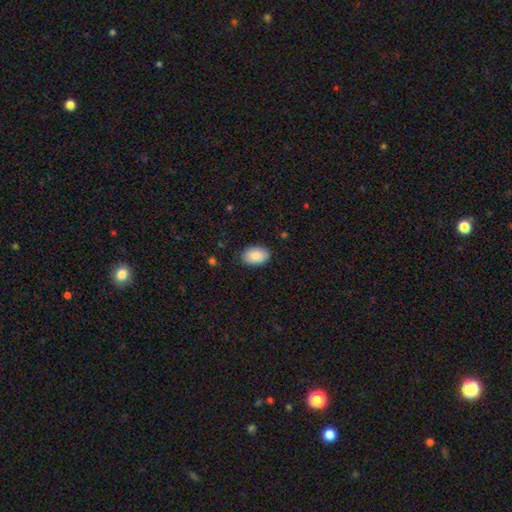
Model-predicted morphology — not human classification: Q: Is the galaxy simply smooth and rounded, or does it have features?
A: smooth — 88%.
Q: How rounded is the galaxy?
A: in between — 90%.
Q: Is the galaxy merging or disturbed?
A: none — 86%.